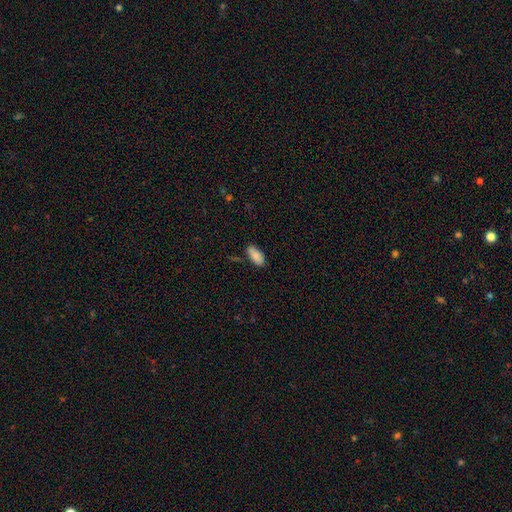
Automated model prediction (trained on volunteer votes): Q: Smooth or featured?
A: smooth (87%); runner-up: star or artifact (7%)
Q: How rounded?
A: in between (91%); runner-up: cigar-shaped (7%)
Q: Merging?
A: none (77%); runner-up: minor disturbance (16%)